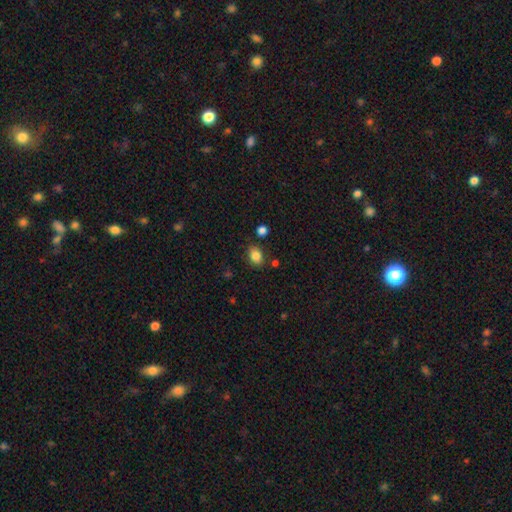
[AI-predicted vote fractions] This is clearly a smooth galaxy (84%). How rounded: likely in between (75%). Merging: likely none (79%).